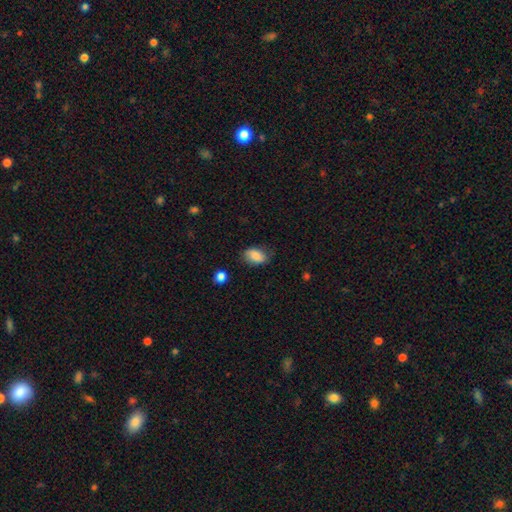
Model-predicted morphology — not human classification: type=smooth (84%); roundness=in between (87%); merging=none (69%).